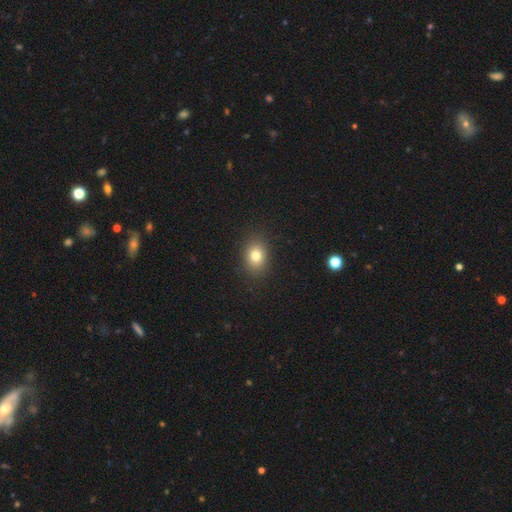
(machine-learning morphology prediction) Q: Smooth or featured?
A: smooth (79%); runner-up: star or artifact (12%)
Q: How rounded?
A: in between (56%); runner-up: round (43%)
Q: Merging?
A: none (88%); runner-up: minor disturbance (8%)